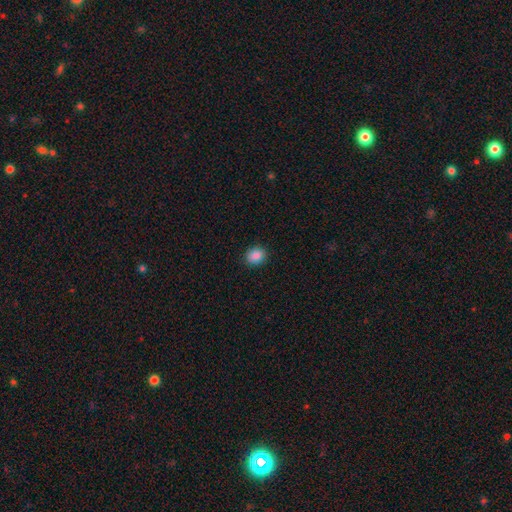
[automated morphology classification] A smooth galaxy with no disk features (87%) that is round (62%). Merging: none (90%).